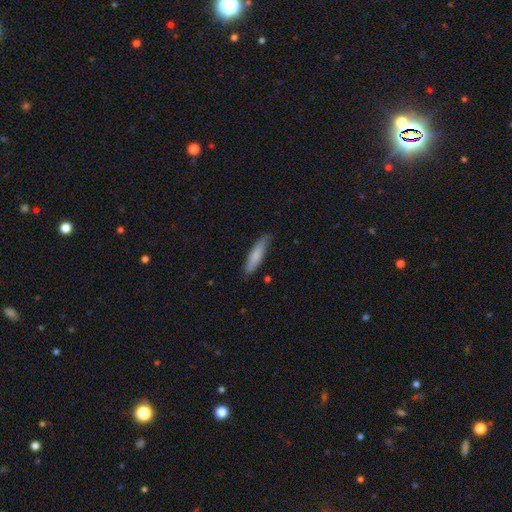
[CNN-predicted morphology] Smooth or featured? smooth (78%)
How rounded? cigar-shaped (80%)
Merging? none (81%)